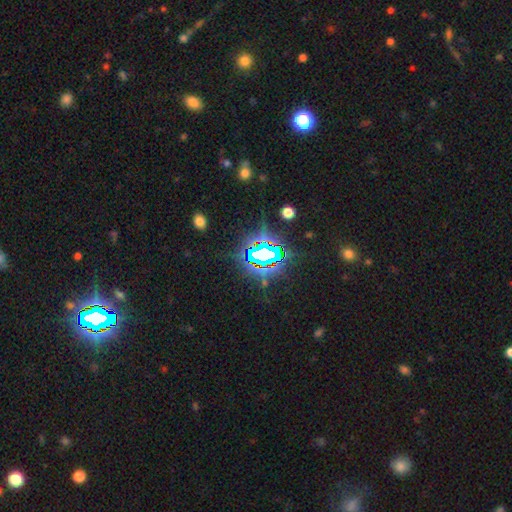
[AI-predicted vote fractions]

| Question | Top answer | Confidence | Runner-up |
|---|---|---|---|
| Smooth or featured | star or artifact | 76% | featured or disk (13%) |